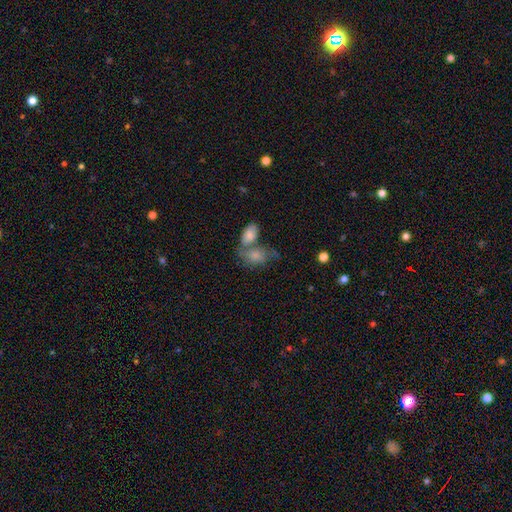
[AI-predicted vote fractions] Smooth or featured: smooth — 76% (featured or disk — 16%)
How rounded: in between — 85% (round — 12%)
Merging: merger — 50% (none — 27%)